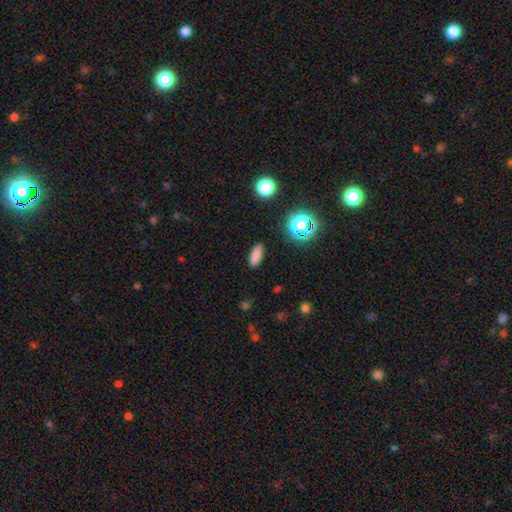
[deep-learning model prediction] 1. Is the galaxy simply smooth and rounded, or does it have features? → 81% smooth, 14% star or artifact, 5% featured or disk.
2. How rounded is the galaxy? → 65% in between, 30% cigar-shaped, 6% round.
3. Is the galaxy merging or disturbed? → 88% none, 8% minor disturbance, 2% major disturbance, 1% merger.